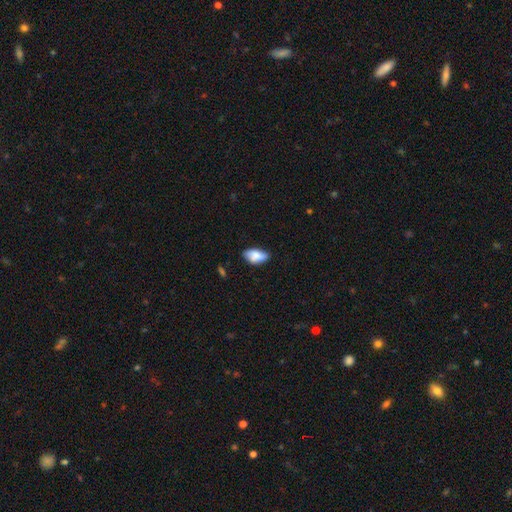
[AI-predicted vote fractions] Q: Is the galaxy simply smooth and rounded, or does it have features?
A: smooth — 83%.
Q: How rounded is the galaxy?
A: in between — 92%.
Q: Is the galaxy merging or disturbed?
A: none — 70%.